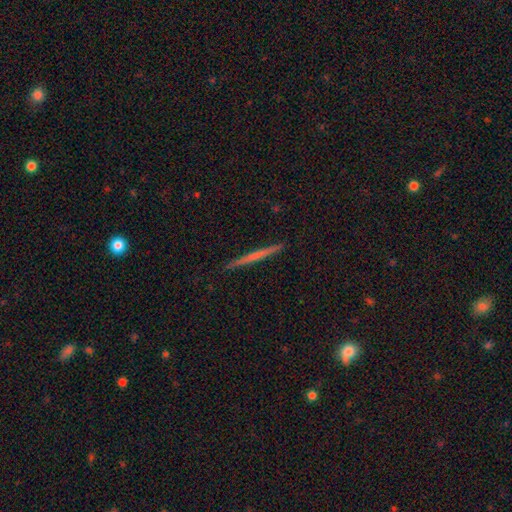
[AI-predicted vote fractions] Smooth or featured? featured or disk (48%)
Merging? none (92%)